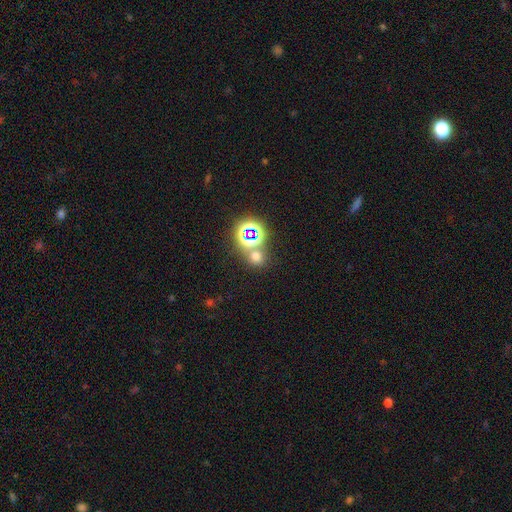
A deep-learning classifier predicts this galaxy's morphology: Smooth or featured? smooth (54%)
How rounded? round (79%)
Merging? none (66%)